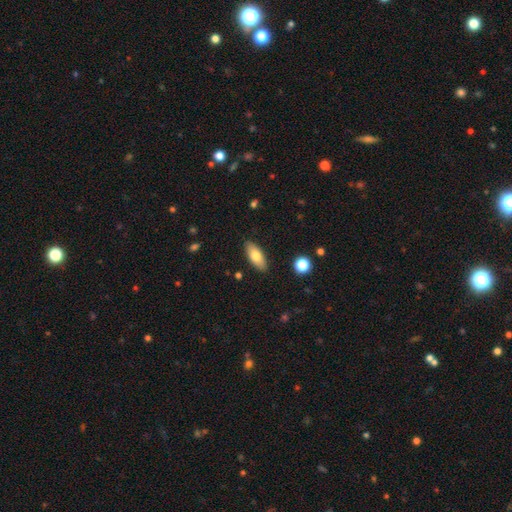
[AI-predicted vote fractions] smooth 76%, featured or disk 18%, star or artifact 7%. Down the decision tree: how rounded — in between (81%); merging — none (87%).